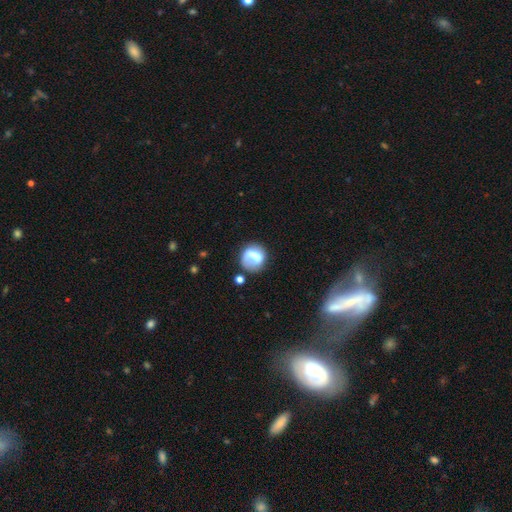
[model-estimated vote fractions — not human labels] Q: Smooth or featured?
A: smooth (62%); runner-up: featured or disk (30%)
Q: How rounded?
A: round (80%); runner-up: in between (19%)
Q: Merging?
A: none (55%); runner-up: minor disturbance (23%)